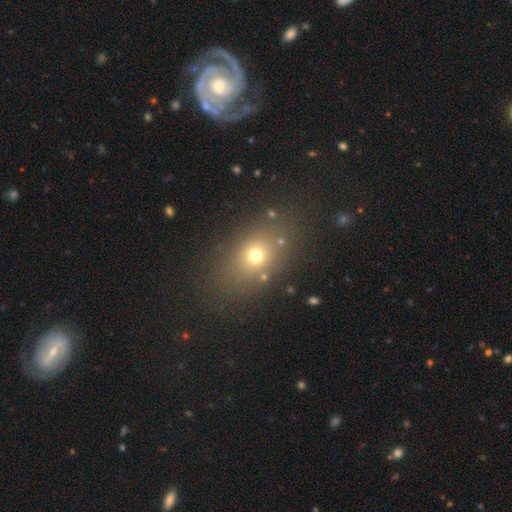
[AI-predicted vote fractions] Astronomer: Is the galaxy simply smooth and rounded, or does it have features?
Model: smooth — 68%.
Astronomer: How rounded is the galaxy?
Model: in between — 61% (runner-up: round, 36%).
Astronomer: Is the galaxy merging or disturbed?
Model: none — 77%.